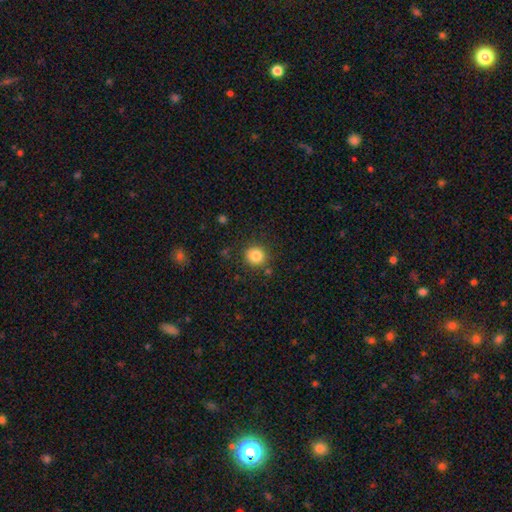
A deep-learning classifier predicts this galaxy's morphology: This appears to be a smooth galaxy with no disk features (83%) that is round (91%). Merging: none (86%).